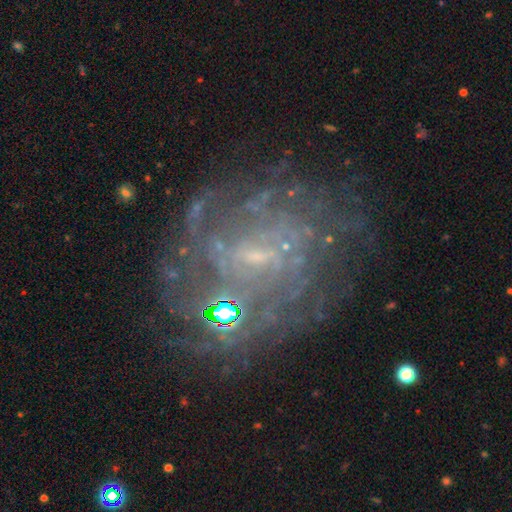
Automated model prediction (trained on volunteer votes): smooth_or_featured: featured or disk (p=0.77) [alt: star or artifact p=0.14]
disk_edge_on: no (p=0.97) [alt: yes p=0.03]
bar: weak (p=0.51) [alt: no p=0.36]
has_spiral_arms: yes (p=0.79) [alt: no p=0.21]
spiral_winding: tight (p=0.57) [alt: medium p=0.30]
spiral_arm_count: can't tell (p=0.56) [alt: 4 p=0.11]
bulge_size: small (p=0.64) [alt: none p=0.20]
merging: none (p=0.65) [alt: minor disturbance p=0.17]